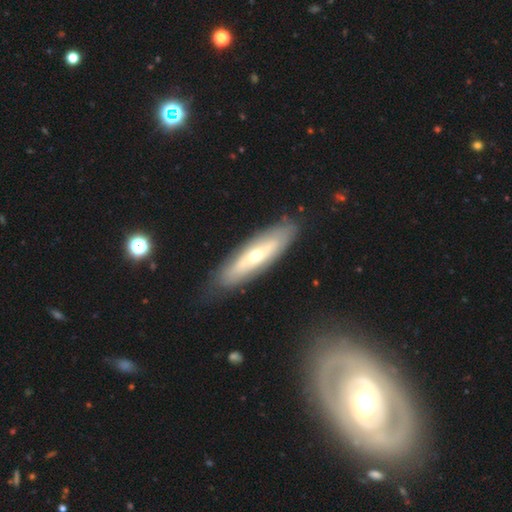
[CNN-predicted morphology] Smooth or featured? featured or disk (60%)
Edge-on disk? no (61%)
Merging? none (82%)